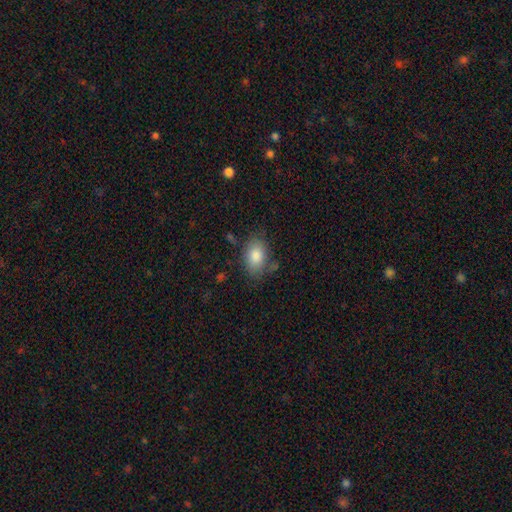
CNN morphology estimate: Smooth or featured? Predicted: smooth (p=0.83). How rounded? Predicted: in between (p=0.87). Merging? Predicted: none (p=0.73).